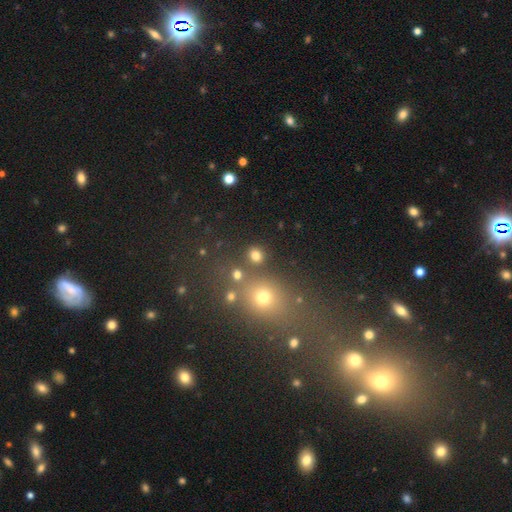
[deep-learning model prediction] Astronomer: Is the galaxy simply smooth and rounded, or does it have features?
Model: smooth — 77%.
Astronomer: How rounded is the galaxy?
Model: round — 79%.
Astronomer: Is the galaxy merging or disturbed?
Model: none — 80%.